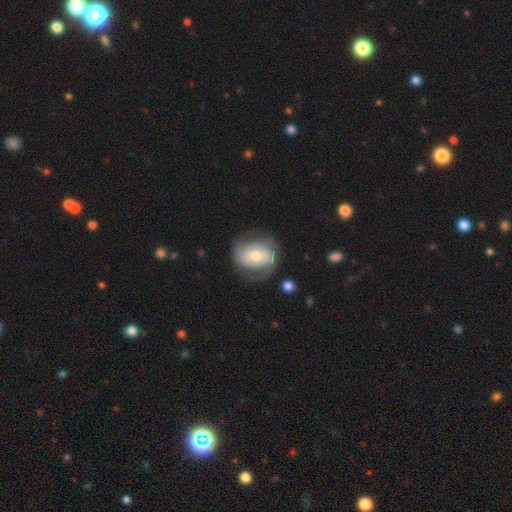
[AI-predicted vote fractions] Smooth or featured?
  - featured or disk: 72% *
  - smooth: 23%
  - star or artifact: 6%
Edge-on disk?
  - no: 97% *
  - yes: 3%
Bar?
  - no: 48% *
  - weak: 36%
  - strong: 16%
Spiral arms?
  - yes: 86% *
  - no: 14%
Spiral winding?
  - tight: 41% *
  - medium: 40%
  - loose: 19%
Spiral arm count?
  - 2: 70% *
  - can't tell: 17%
  - 3: 6%
  - 1: 4%
  - 4: 2%
  - more than 4: 2%
Bulge size?
  - moderate: 63% *
  - small: 29%
  - large: 6%
  - none: 1%
  - dominant: 1%
Merging?
  - none: 65% *
  - minor disturbance: 20%
  - major disturbance: 13%
  - merger: 2%